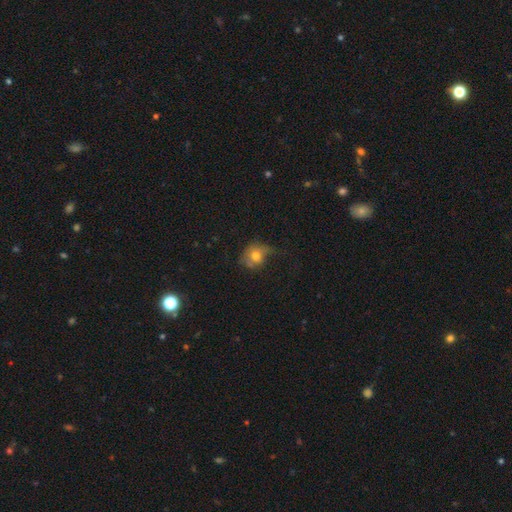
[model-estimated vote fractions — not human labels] smooth_or_featured: smooth (p=0.68) [alt: featured or disk p=0.22]
how_rounded: round (p=0.65) [alt: in between p=0.33]
merging: none (p=0.40) [alt: minor disturbance p=0.31]